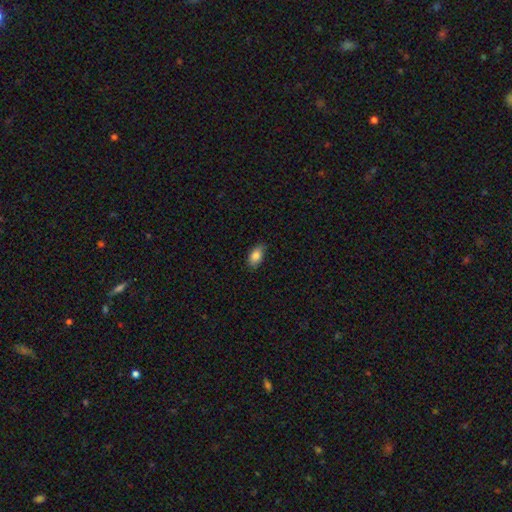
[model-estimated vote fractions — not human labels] This appears to be a smooth galaxy with no disk features (86%) that is in between round and cigar-shaped (90%). Merging: none (77%).